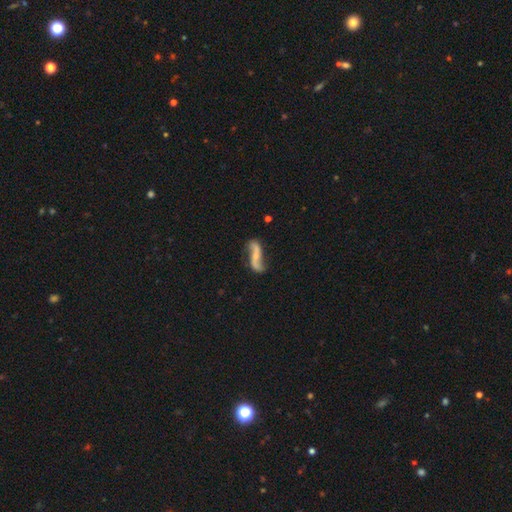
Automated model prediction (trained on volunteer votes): Morphology: type=featured or disk (78%); edge-on=no (92%); bar=no (43%); spiral arms=yes (92%); winding=loose (87%); arm count=2 (92%); bulge=small (49%); merging=none (67%).